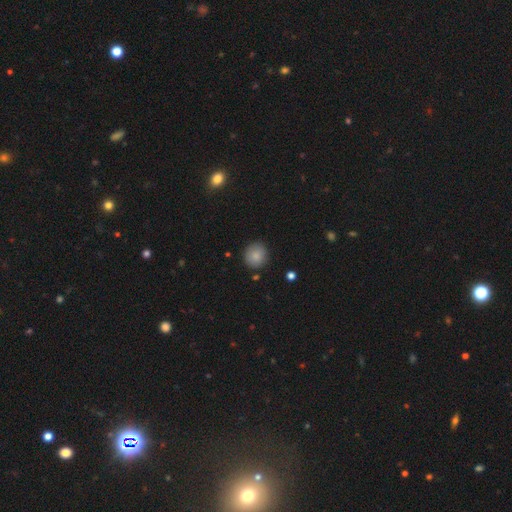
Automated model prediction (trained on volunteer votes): Smooth or featured? smooth (86%)
How rounded? round (89%)
Merging? none (86%)